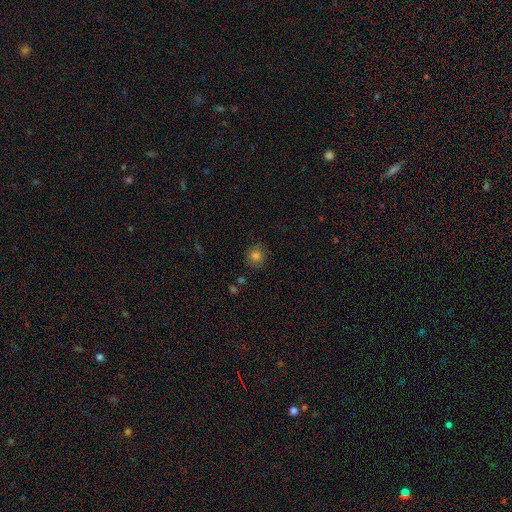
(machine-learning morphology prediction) Smooth or featured: smooth — 80% (star or artifact — 12%)
How rounded: round — 86% (in between — 13%)
Merging: none — 79% (minor disturbance — 15%)